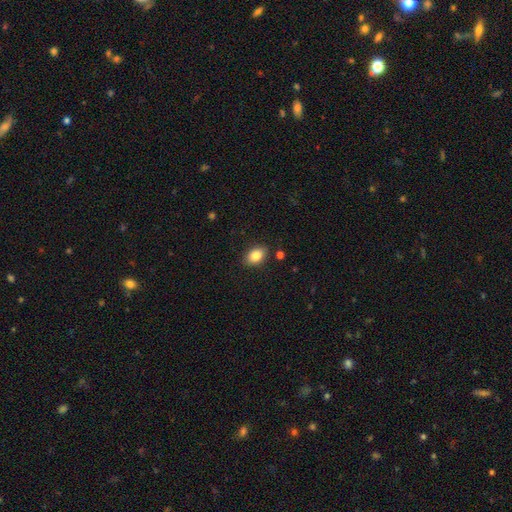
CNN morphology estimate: Overall: smooth (84%). How rounded: in between (84%). Merging: none (86%).